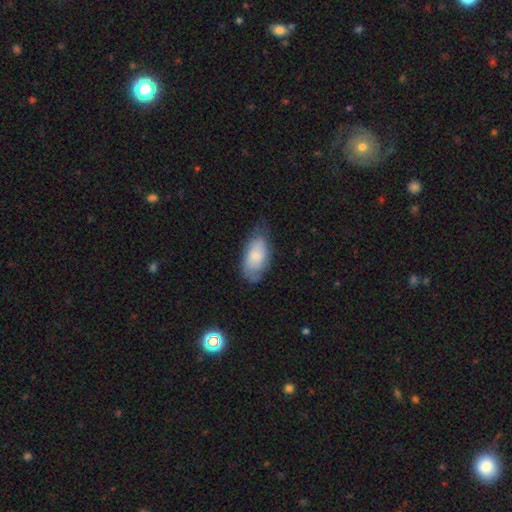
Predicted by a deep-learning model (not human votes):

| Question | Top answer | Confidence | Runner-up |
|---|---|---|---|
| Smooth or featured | smooth | 68% | featured or disk (25%) |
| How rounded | in between | 93% | round (3%) |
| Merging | none | 54% | minor disturbance (34%) |